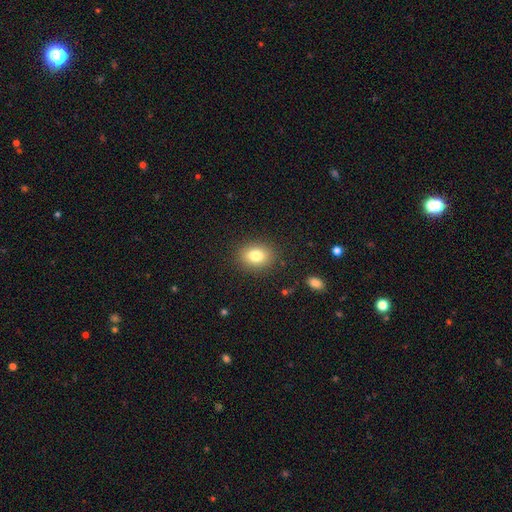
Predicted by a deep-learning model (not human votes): This appears to be a smooth galaxy with no disk features (81%) that is in between round and cigar-shaped (56%). Merging: none (88%).